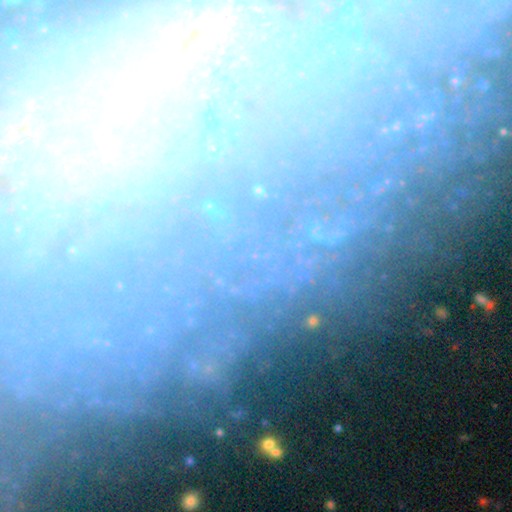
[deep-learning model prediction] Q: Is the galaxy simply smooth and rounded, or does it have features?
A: star or artifact — 44%.